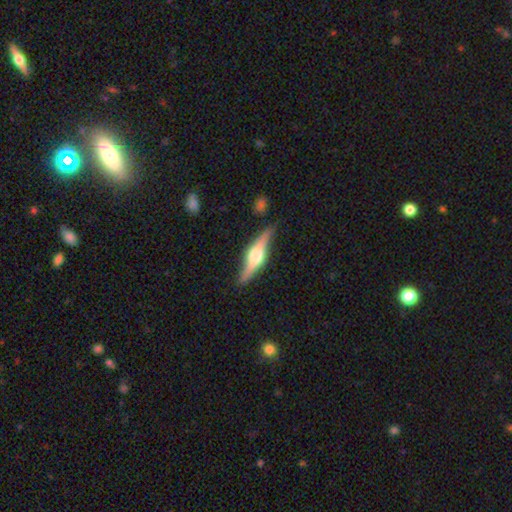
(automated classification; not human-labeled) smooth_or_featured: featured or disk (p=0.71) [alt: smooth p=0.23]
disk_edge_on: yes (p=0.94) [alt: no p=0.06]
edge_on_bulge: rounded (p=0.86) [alt: boxy p=0.11]
merging: none (p=0.80) [alt: minor disturbance p=0.14]